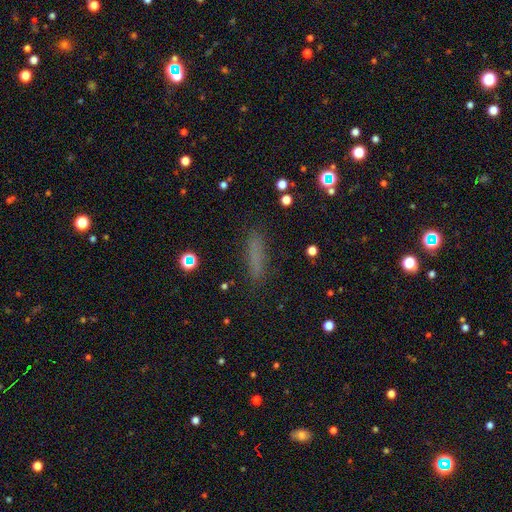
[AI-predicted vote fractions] smooth_or_featured: smooth (p=0.73) [alt: star or artifact p=0.16]
how_rounded: cigar-shaped (p=0.80) [alt: in between p=0.17]
merging: none (p=0.85) [alt: minor disturbance p=0.10]